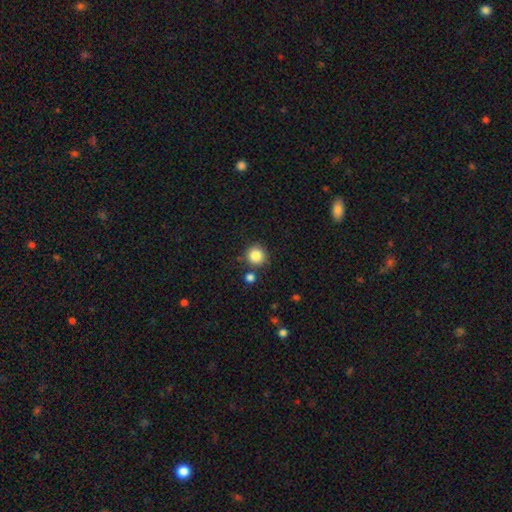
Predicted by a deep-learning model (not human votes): A smooth galaxy with no disk features (86%) that is round (94%). Merging: none (82%).